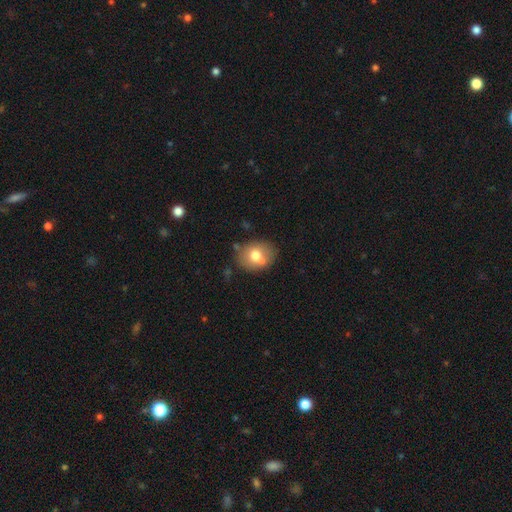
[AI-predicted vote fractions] Smooth or featured? Predicted: smooth (p=0.70). How rounded? Predicted: in between (p=0.51). Merging? Predicted: none (p=0.64).